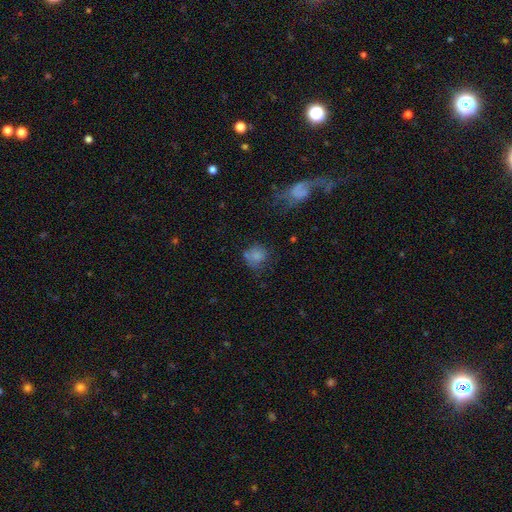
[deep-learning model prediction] Smooth or featured? smooth (76%)
How rounded? round (79%)
Merging? none (55%)